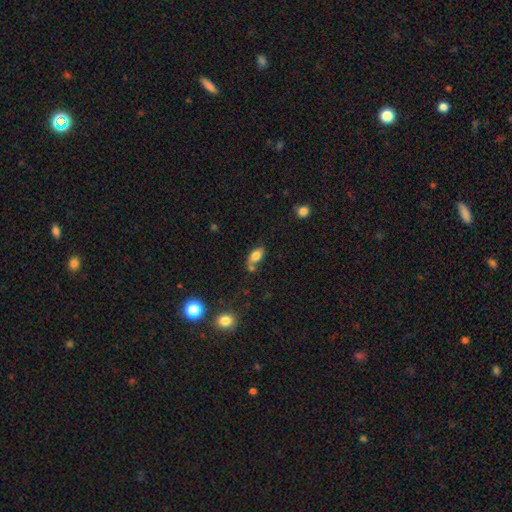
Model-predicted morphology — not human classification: type=smooth (76%); roundness=in between (87%); merging=none (50%).